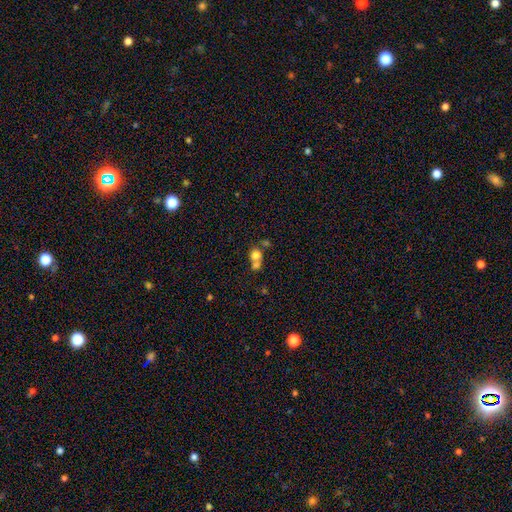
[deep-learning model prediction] This is likely a smooth galaxy (75%). How rounded: likely round (77%). Merging: possibly merger (58%).